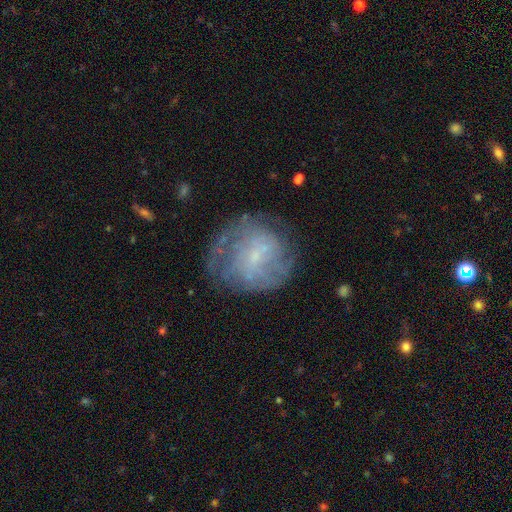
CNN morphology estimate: A featured or disk galaxy (61%) with no bar (50%), spiral arms (69%) and a small central bulge (69%). Merging: none (64%).